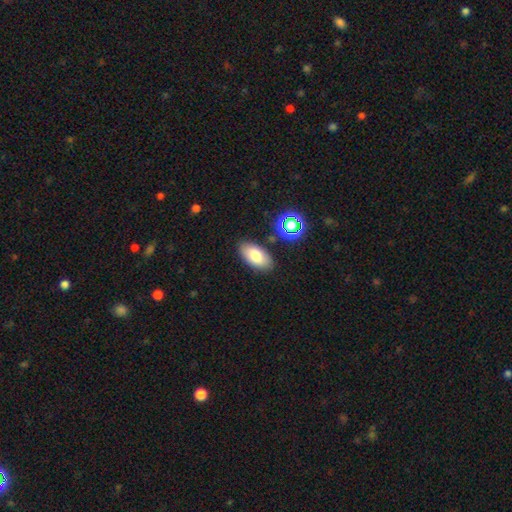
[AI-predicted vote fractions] smooth 79%, featured or disk 12%, star or artifact 9%. Down the decision tree: how rounded — in between (93%); merging — none (84%).